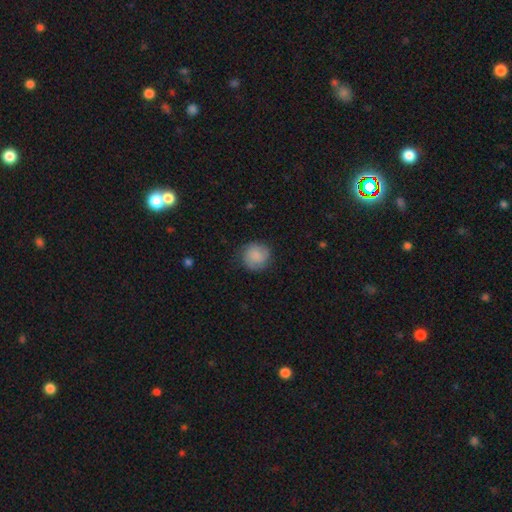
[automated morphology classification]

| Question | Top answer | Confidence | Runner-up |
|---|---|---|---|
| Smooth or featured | smooth | 74% | featured or disk (18%) |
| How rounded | round | 90% | in between (9%) |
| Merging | none | 80% | minor disturbance (15%) |